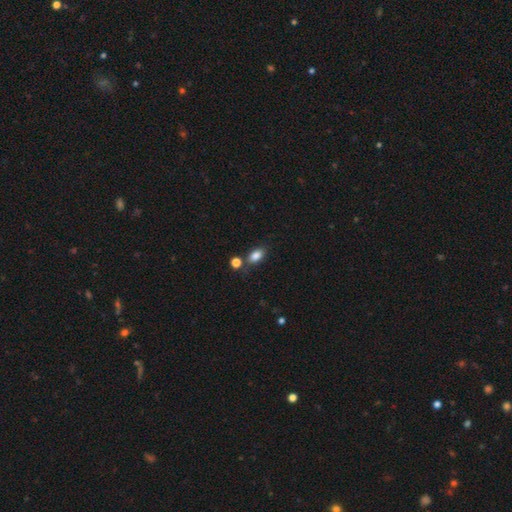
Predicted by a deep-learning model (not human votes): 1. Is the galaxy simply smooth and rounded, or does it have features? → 84% smooth, 10% star or artifact, 6% featured or disk.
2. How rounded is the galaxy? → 87% in between, 10% round, 3% cigar-shaped.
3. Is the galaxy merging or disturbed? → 69% none, 14% merger, 13% minor disturbance, 4% major disturbance.